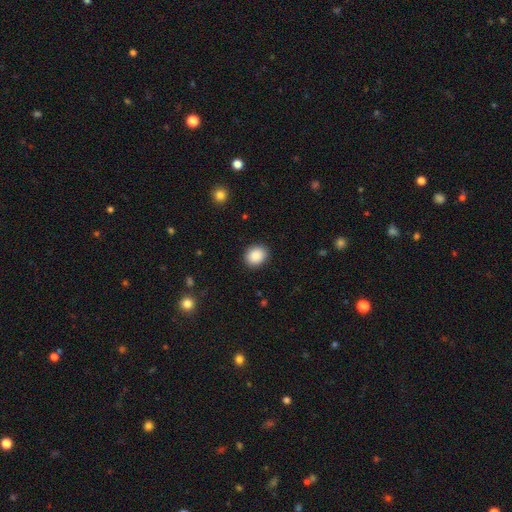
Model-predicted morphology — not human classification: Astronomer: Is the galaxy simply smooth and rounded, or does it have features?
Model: smooth — 89%.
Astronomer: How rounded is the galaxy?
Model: round — 58% (runner-up: in between, 41%).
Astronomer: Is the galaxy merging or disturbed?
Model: none — 90%.